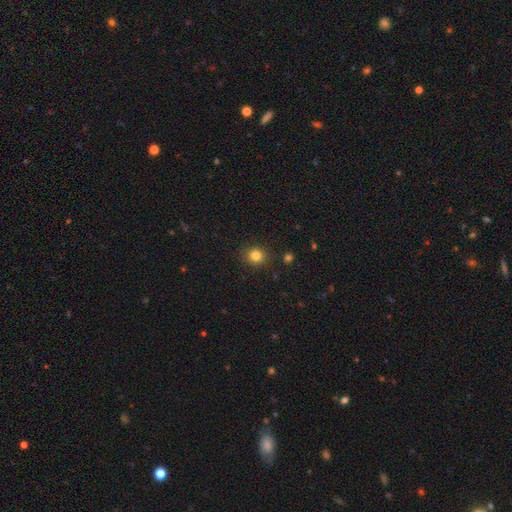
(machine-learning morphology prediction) smooth 82%, star or artifact 12%, featured or disk 6%. Down the decision tree: how rounded — round (85%); merging — none (89%).